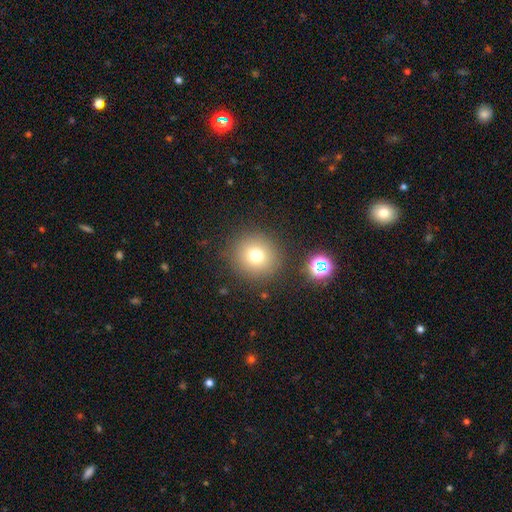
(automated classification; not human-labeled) Smooth or featured? Predicted: smooth (p=0.74). How rounded? Predicted: round (p=0.90). Merging? Predicted: none (p=0.87).